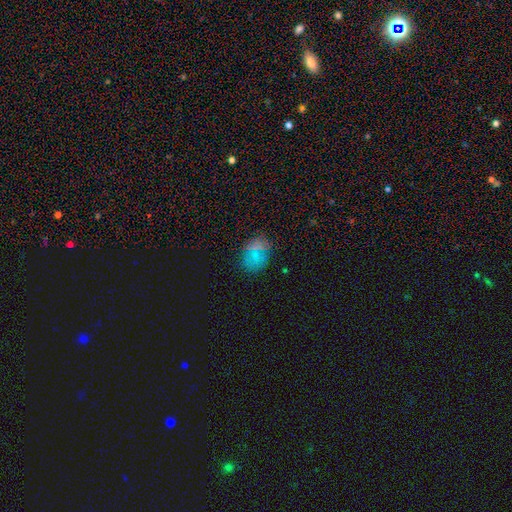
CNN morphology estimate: This is likely a smooth galaxy (63%). How rounded: possibly in between (50%). Merging: likely none (79%).